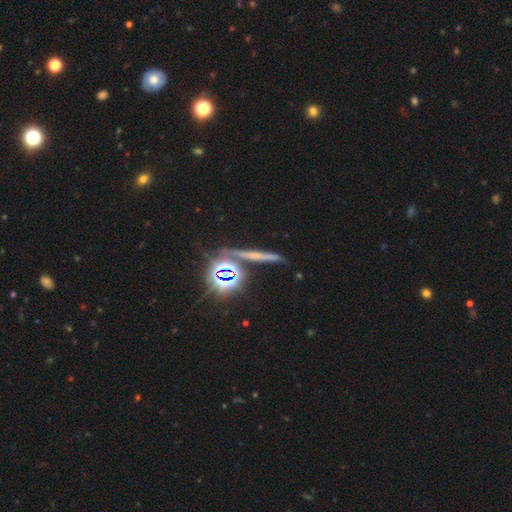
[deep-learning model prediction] Overall: star or artifact (40%; smooth 31%).